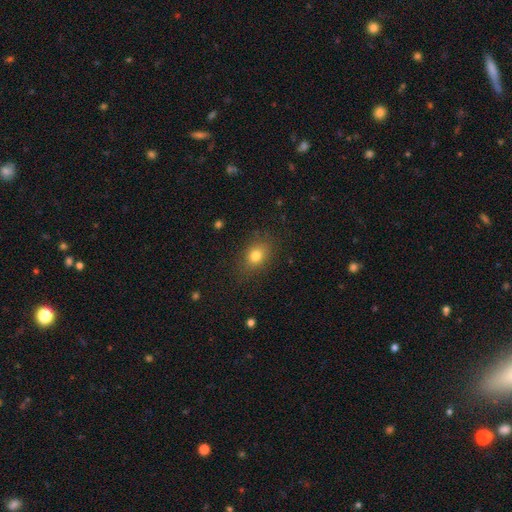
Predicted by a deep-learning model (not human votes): The model was most divided on "how rounded": in between: 65%, round: 34%, cigar-shaped: 2%. More confident: merging — none (83%); smooth or featured — smooth (79%).